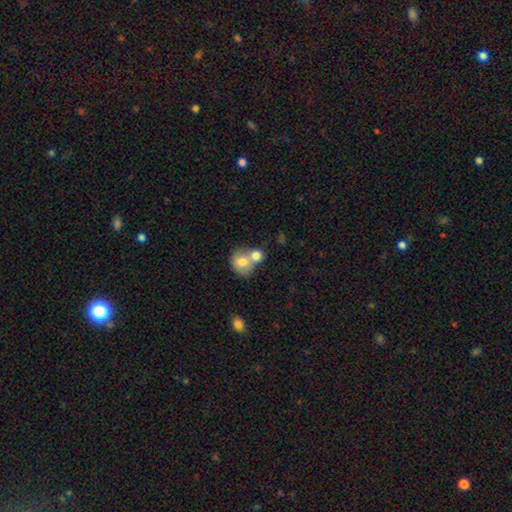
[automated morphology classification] The model was most divided on "merging": merger: 64%, none: 27%, minor disturbance: 6%, major disturbance: 3%. More confident: smooth or featured — smooth (75%); how rounded — round (72%).